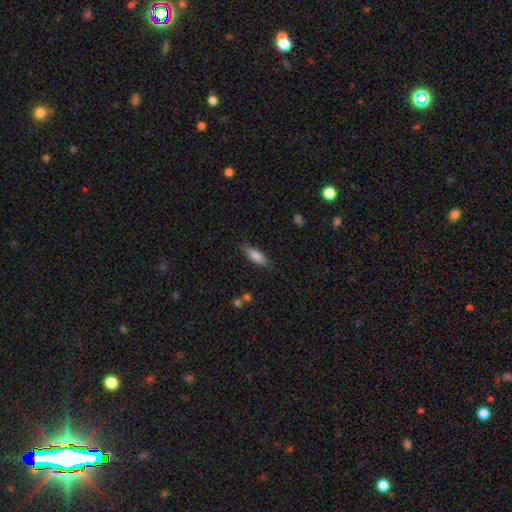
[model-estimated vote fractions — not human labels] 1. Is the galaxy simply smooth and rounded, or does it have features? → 79% smooth, 15% featured or disk, 7% star or artifact.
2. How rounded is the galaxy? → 56% in between, 42% cigar-shaped, 2% round.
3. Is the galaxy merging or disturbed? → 82% none, 14% minor disturbance, 3% major disturbance, 2% merger.